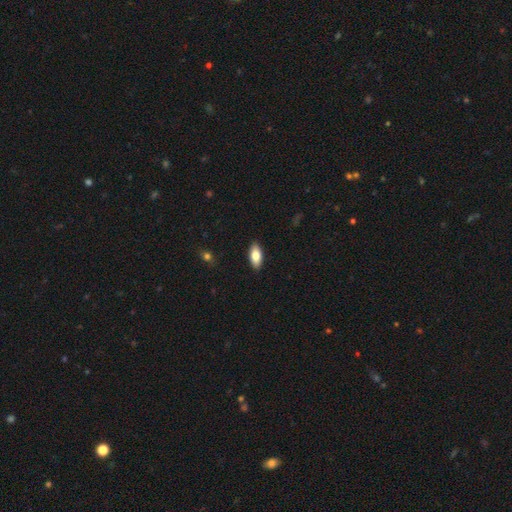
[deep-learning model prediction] Smooth or featured: smooth — 81% (featured or disk — 13%)
How rounded: in between — 88% (cigar-shaped — 9%)
Merging: none — 89% (minor disturbance — 8%)